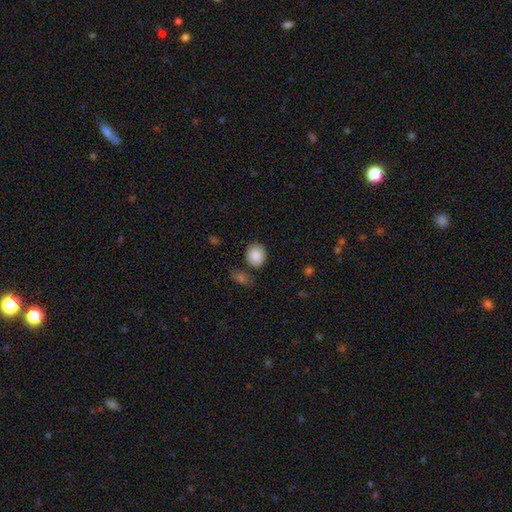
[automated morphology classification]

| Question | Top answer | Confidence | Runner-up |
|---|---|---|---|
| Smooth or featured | smooth | 87% | star or artifact (7%) |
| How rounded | round | 73% | in between (26%) |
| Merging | none | 78% | minor disturbance (12%) |